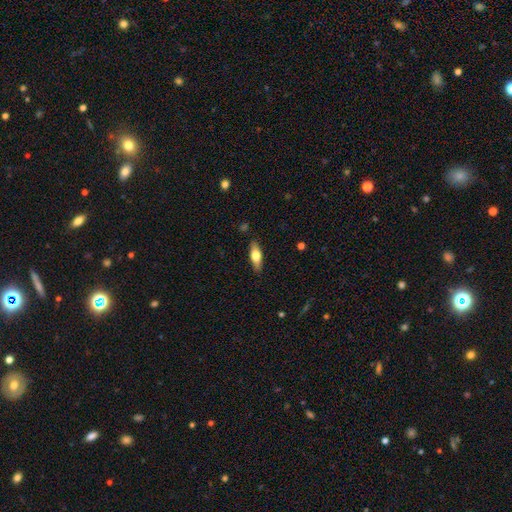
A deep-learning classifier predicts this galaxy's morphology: type=smooth (60%); roundness=in between (62%); merging=none (87%).